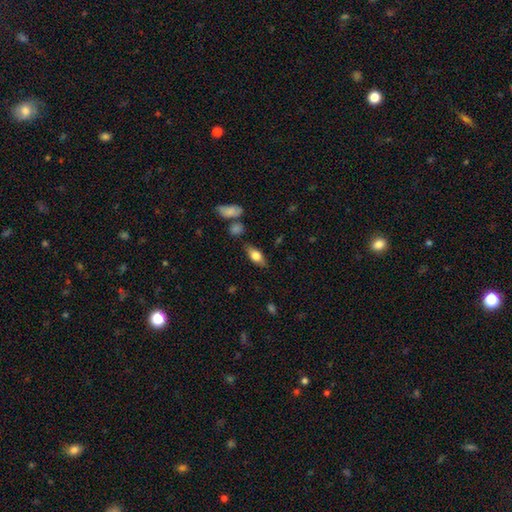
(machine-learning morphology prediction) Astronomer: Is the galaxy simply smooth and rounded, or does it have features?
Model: smooth — 63%.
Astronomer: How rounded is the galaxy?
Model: in between — 79%.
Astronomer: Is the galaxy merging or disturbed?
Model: none — 81%.